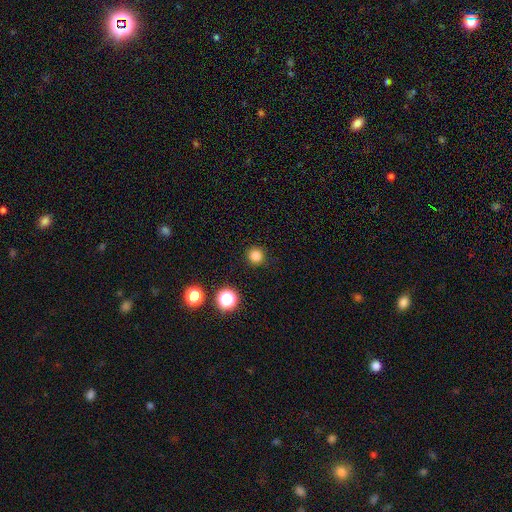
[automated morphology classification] This appears to be a smooth galaxy with no disk features (82%) that is round (95%). Merging: none (92%).